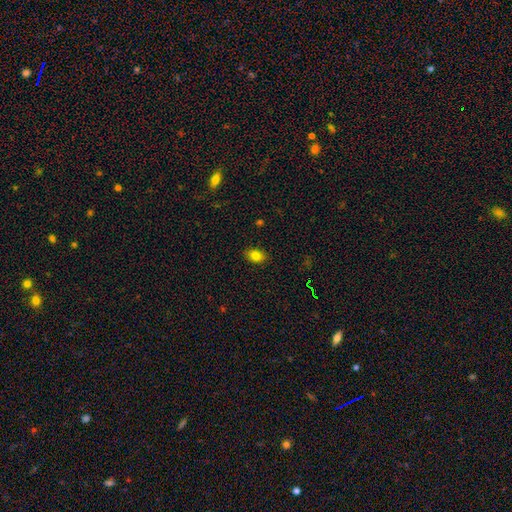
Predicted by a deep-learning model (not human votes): Morphology: type=smooth (82%); roundness=in between (79%); merging=none (87%).